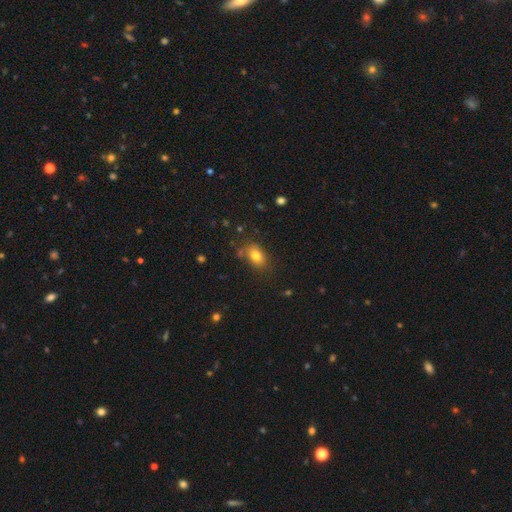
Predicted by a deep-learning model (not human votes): A smooth galaxy with no disk features (81%) that is in between round and cigar-shaped (81%).

Vote fractions:
- Smooth or featured? smooth: 81% / star or artifact: 10% / featured or disk: 10%
- How rounded? in between: 81% / round: 17% / cigar-shaped: 2%
- Merging? none: 72% / minor disturbance: 18% / major disturbance: 5% / merger: 5%